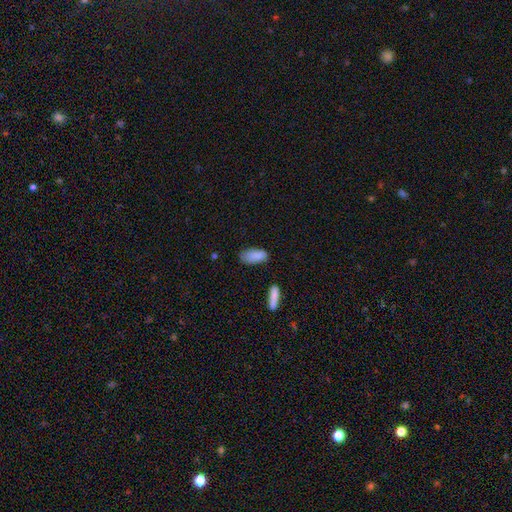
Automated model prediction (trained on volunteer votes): Smooth or featured: smooth — 87% (star or artifact — 7%)
How rounded: in between — 84% (cigar-shaped — 14%)
Merging: none — 66% (minor disturbance — 25%)